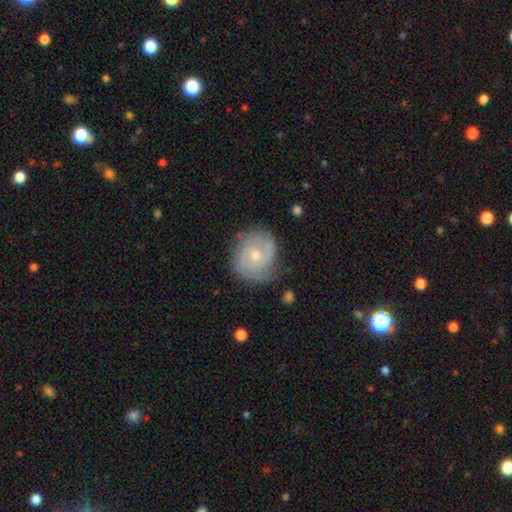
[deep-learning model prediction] Smooth or featured? Predicted: featured or disk (p=0.71). Edge-on disk? Predicted: no (p=0.98). Bar? Predicted: no (p=0.69). Spiral arms? Predicted: yes (p=0.90). Spiral winding? Predicted: tight (p=0.48). Spiral arm count? Predicted: 2 (p=0.56). Bulge size? Predicted: moderate (p=0.53). Merging? Predicted: none (p=0.75).